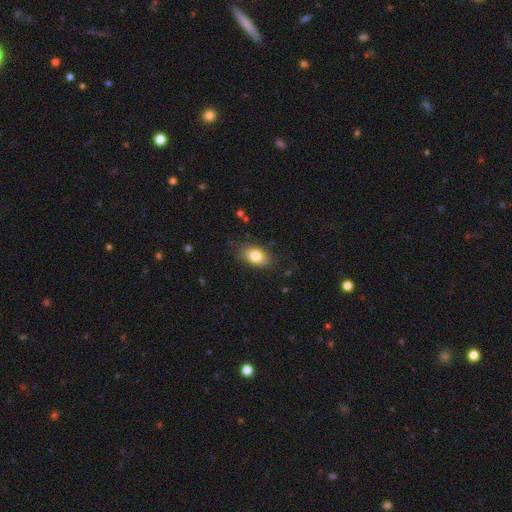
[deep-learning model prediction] Smooth or featured?
  - smooth: 82% *
  - featured or disk: 10%
  - star or artifact: 8%
How rounded?
  - in between: 87% *
  - round: 12%
  - cigar-shaped: 2%
Merging?
  - none: 83% *
  - minor disturbance: 13%
  - major disturbance: 3%
  - merger: 1%